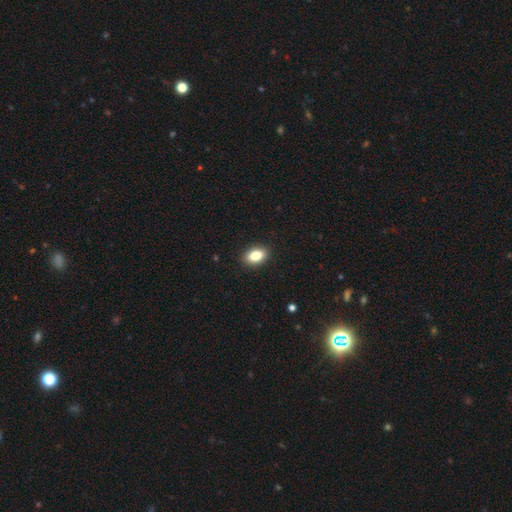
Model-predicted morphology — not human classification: A smooth galaxy with no disk features (84%) that is in between round and cigar-shaped (87%).

Vote fractions:
- Smooth or featured? smooth: 84% / star or artifact: 8% / featured or disk: 8%
- How rounded? in between: 87% / round: 11% / cigar-shaped: 2%
- Merging? none: 90% / minor disturbance: 7% / major disturbance: 2% / merger: 1%